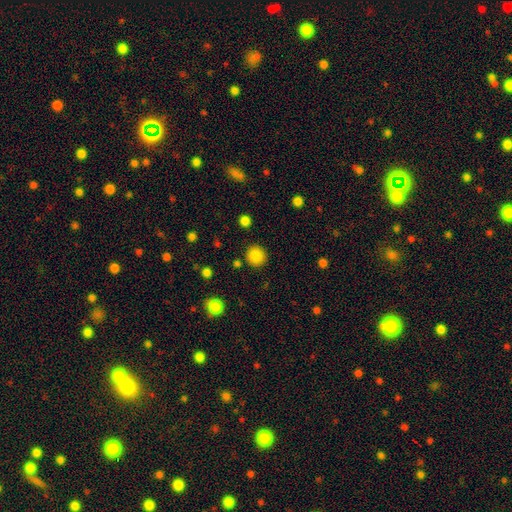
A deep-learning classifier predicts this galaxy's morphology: The model was most divided on "smooth or featured": smooth: 86%, star or artifact: 10%, featured or disk: 4%. More confident: how rounded — round (91%); merging — none (89%).